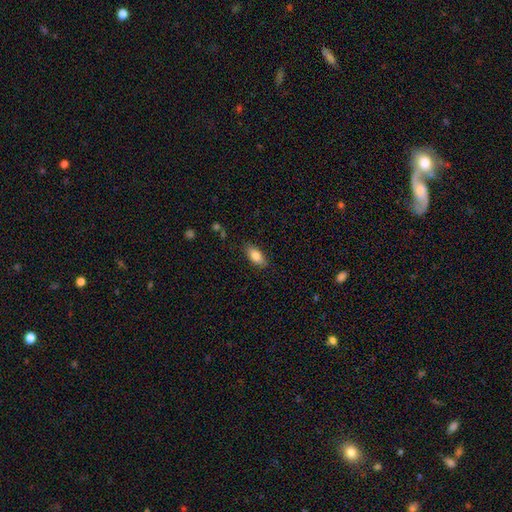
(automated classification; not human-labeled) Smooth or featured: smooth — 82% (featured or disk — 11%)
How rounded: in between — 85% (cigar-shaped — 13%)
Merging: none — 85% (minor disturbance — 11%)